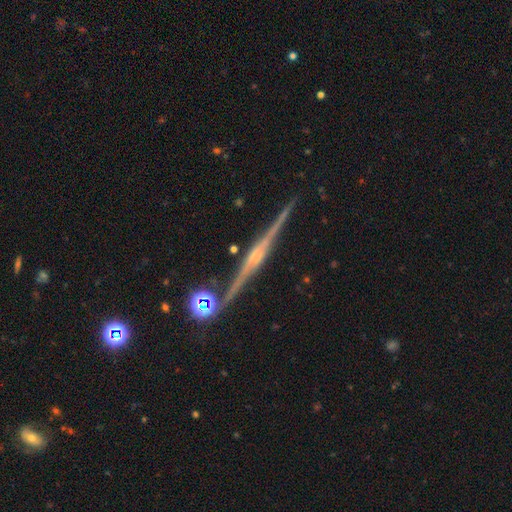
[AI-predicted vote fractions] smooth-or-featured: featured or disk: 85% | star or artifact: 8% | smooth: 7%
  disk-edge-on: yes: 98% | no: 2%
    edge-on-bulge: rounded: 58% | boxy: 29% | none: 13%
  merging: none: 87% | minor disturbance: 8% | merger: 3% | major disturbance: 2%